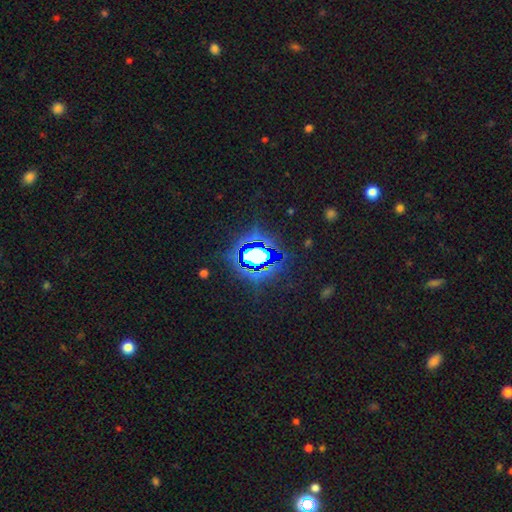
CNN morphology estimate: star or artifact 76%, smooth 13%, featured or disk 12%.